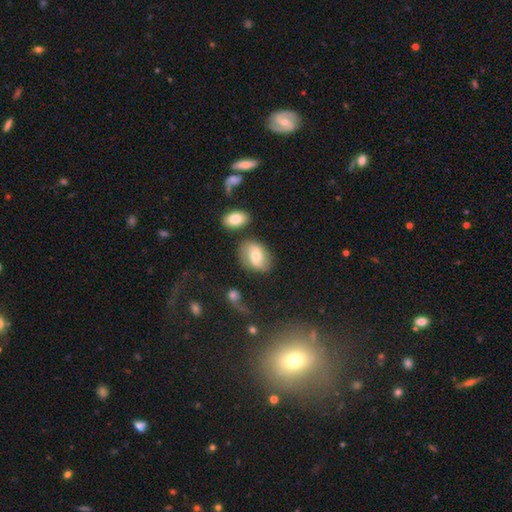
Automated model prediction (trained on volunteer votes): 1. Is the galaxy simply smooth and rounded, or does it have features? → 54% smooth, 37% featured or disk, 9% star or artifact.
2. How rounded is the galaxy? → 76% in between, 23% round, 1% cigar-shaped.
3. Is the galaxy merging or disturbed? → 71% none, 17% minor disturbance, 6% merger, 6% major disturbance.